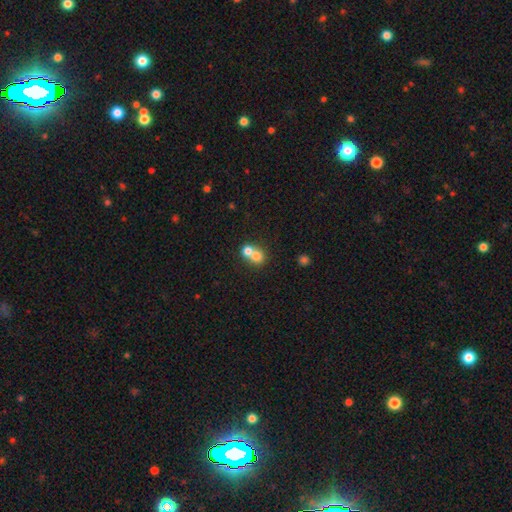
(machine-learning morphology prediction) A smooth galaxy with no disk features (72%) that is round (75%). Merging: merger (65%).